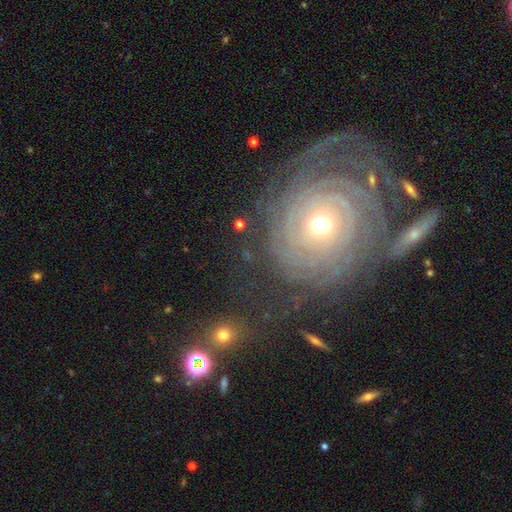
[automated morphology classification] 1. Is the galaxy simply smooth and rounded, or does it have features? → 78% featured or disk, 12% smooth, 9% star or artifact.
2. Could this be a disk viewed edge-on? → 96% no, 4% yes.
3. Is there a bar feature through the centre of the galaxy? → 78% no, 16% weak, 6% strong.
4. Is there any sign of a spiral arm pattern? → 85% yes, 15% no.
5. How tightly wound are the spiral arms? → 79% tight, 15% medium, 6% loose.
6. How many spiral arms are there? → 45% can't tell, 15% 2, 13% 3, 11% 4, 10% more than 4, 7% 1.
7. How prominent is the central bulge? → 56% moderate, 37% small, 4% large, 1% dominant, 1% none.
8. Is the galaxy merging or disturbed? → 56% none, 18% major disturbance, 18% minor disturbance, 7% merger.